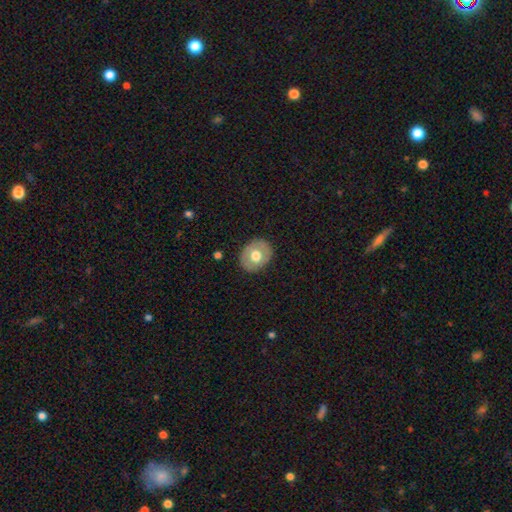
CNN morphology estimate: A smooth galaxy with no disk features (56%) that is round (55%).

Vote fractions:
- Smooth or featured? smooth: 56% / featured or disk: 38% / star or artifact: 6%
- How rounded? round: 55% / in between: 45% / cigar-shaped: 1%
- Merging? none: 85% / minor disturbance: 11% / major disturbance: 3% / merger: 1%